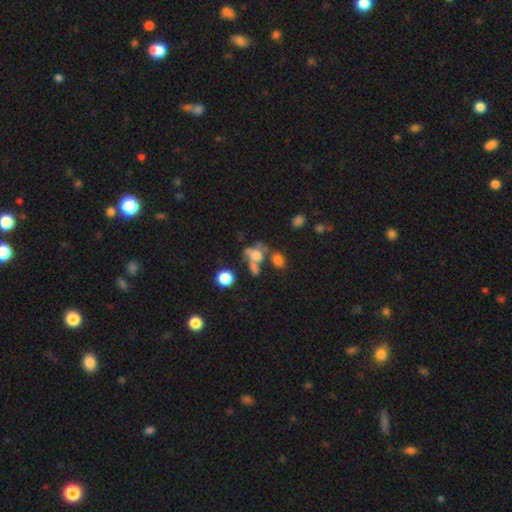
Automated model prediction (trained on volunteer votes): A smooth galaxy with no disk features (53%) that is in between round and cigar-shaped (51%). Merging: merger (37%).